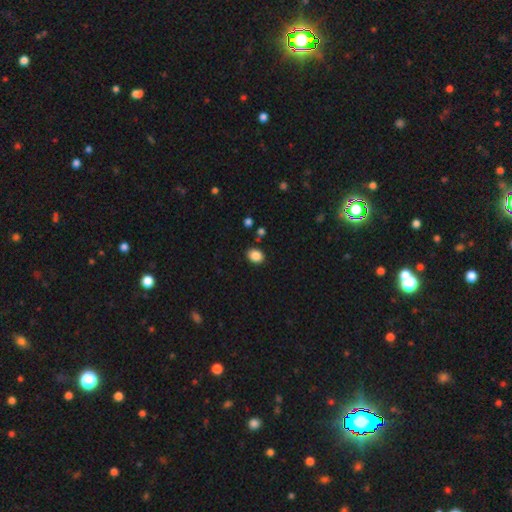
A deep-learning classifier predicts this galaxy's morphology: Smooth or featured? Predicted: smooth (p=0.87). How rounded? Predicted: in between (p=0.57). Merging? Predicted: none (p=0.86).